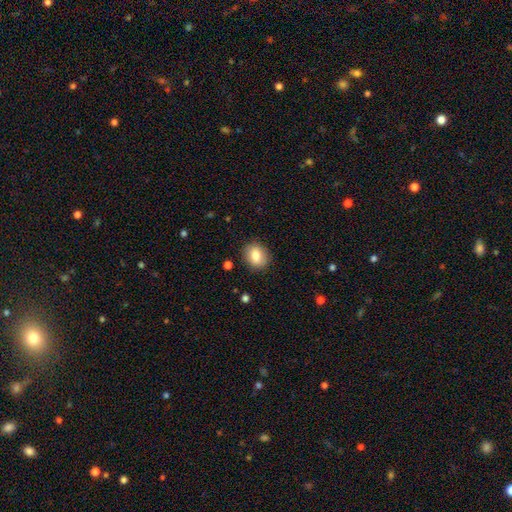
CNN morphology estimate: smooth_or_featured: smooth (p=0.82) [alt: featured or disk p=0.10]
how_rounded: round (p=0.53) [alt: in between p=0.46]
merging: none (p=0.87) [alt: minor disturbance p=0.09]